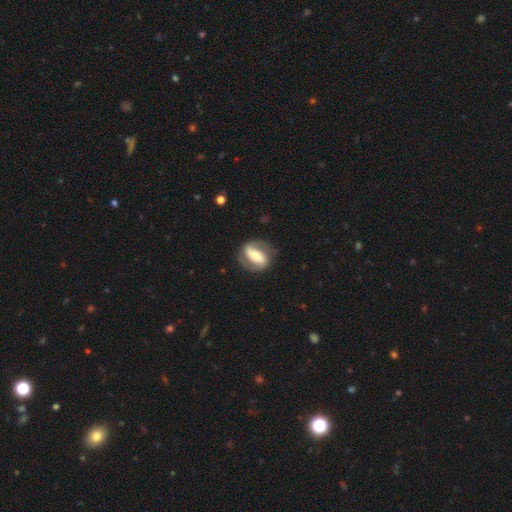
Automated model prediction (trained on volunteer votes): featured or disk 67%, smooth 27%, star or artifact 6%. Down the decision tree: edge-on disk — no (92%); bar — strong (59%); spiral arms — yes (76%); bulge size — moderate (59%); merging — none (78%).